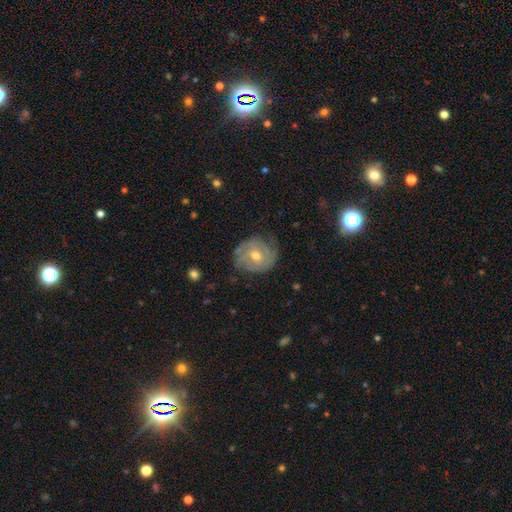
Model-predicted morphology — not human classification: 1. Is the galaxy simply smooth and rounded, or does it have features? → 77% featured or disk, 16% smooth, 7% star or artifact.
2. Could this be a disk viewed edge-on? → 97% no, 3% yes.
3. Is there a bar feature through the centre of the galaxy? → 61% no, 32% weak, 7% strong.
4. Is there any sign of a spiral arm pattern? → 90% yes, 10% no.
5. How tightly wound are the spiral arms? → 66% tight, 26% medium, 8% loose.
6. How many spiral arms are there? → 35% can't tell, 24% 2, 22% 3, 8% 4, 6% 1, 5% more than 4.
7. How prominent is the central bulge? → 66% moderate, 31% small, 2% large, 1% none, 1% dominant.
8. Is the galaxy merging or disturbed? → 74% none, 19% minor disturbance, 6% major disturbance, 1% merger.